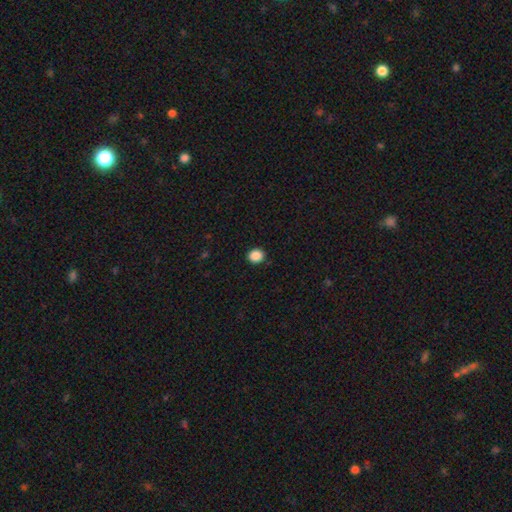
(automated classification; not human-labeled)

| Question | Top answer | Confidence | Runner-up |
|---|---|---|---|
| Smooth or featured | smooth | 88% | star or artifact (9%) |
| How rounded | round | 77% | in between (22%) |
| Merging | none | 92% | minor disturbance (6%) |